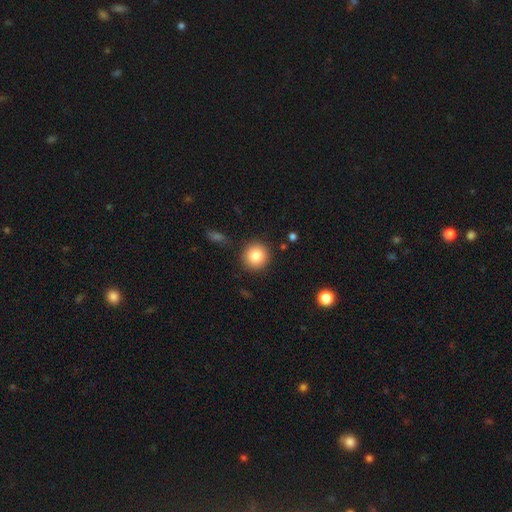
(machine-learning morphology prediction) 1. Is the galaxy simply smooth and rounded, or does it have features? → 83% smooth, 9% star or artifact, 7% featured or disk.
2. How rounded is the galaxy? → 94% round, 5% in between, 1% cigar-shaped.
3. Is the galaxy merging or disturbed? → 89% none, 7% minor disturbance, 2% major disturbance, 2% merger.